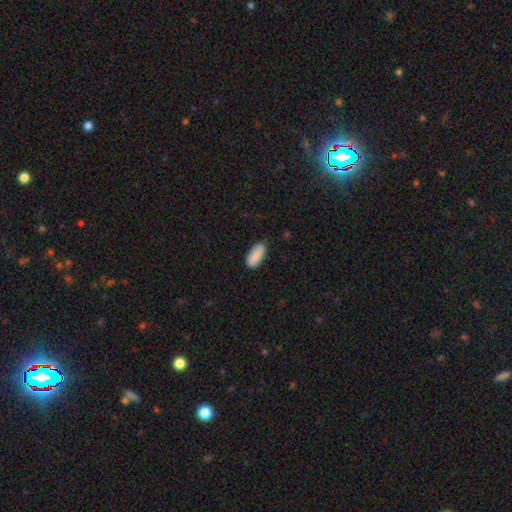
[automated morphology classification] This appears to be a smooth galaxy with no disk features (90%) that is in between round and cigar-shaped (86%). Merging: none (82%).